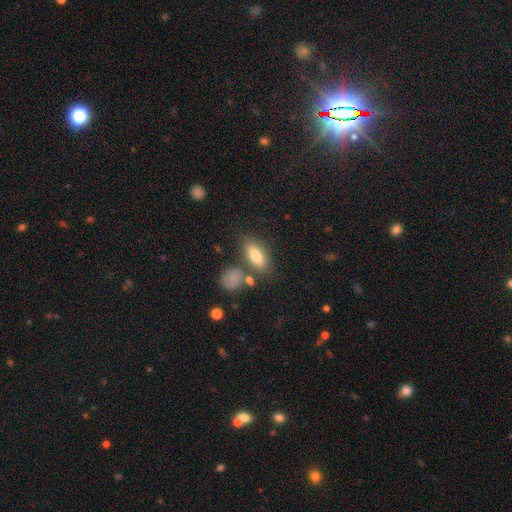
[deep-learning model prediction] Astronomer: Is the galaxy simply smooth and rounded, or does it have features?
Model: smooth — 75%.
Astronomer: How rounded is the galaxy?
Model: in between — 76%.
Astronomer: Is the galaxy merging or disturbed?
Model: none — 71%.